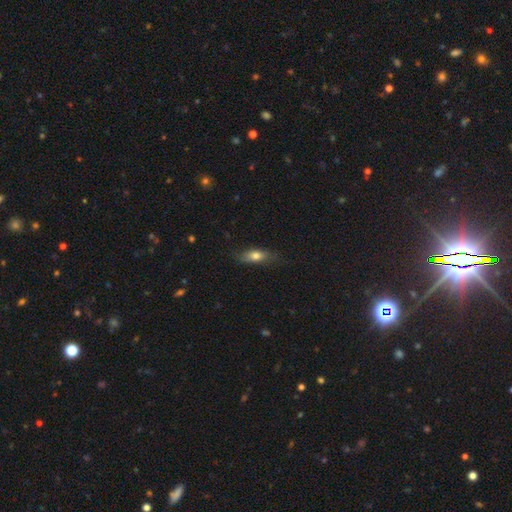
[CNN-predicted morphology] smooth 71%, featured or disk 22%, star or artifact 7%. Down the decision tree: how rounded — in between (66%); merging — none (72%).